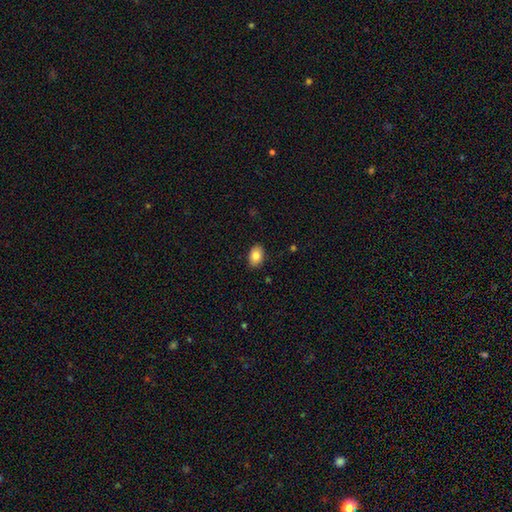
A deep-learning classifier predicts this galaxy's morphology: Overall: smooth (85%). How rounded: in between (86%). Merging: none (87%).